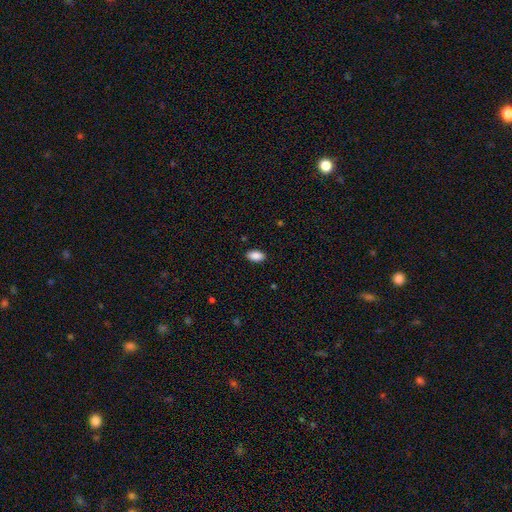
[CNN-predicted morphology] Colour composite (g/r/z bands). It shows a smooth galaxy with no disk features (89%) that is in between round and cigar-shaped (94%). Merging: none (88%).